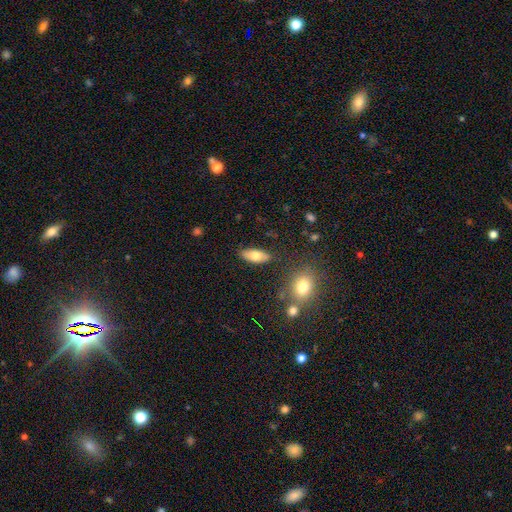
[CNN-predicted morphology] This is likely a smooth galaxy (73%). How rounded: clearly in between (82%). Merging: clearly none (83%).